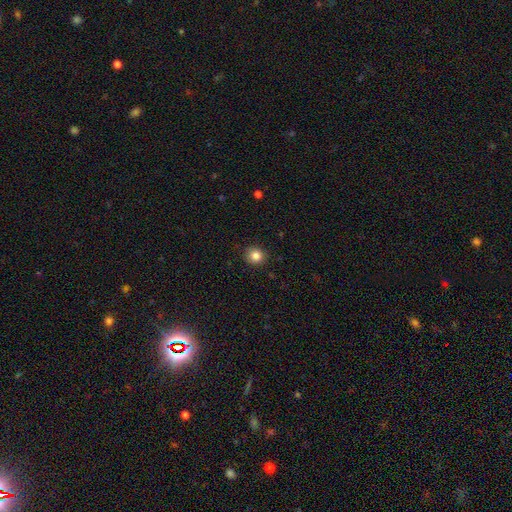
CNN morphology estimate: Q: Smooth or featured?
A: smooth (84%); runner-up: star or artifact (11%)
Q: How rounded?
A: round (87%); runner-up: in between (12%)
Q: Merging?
A: none (90%); runner-up: minor disturbance (7%)